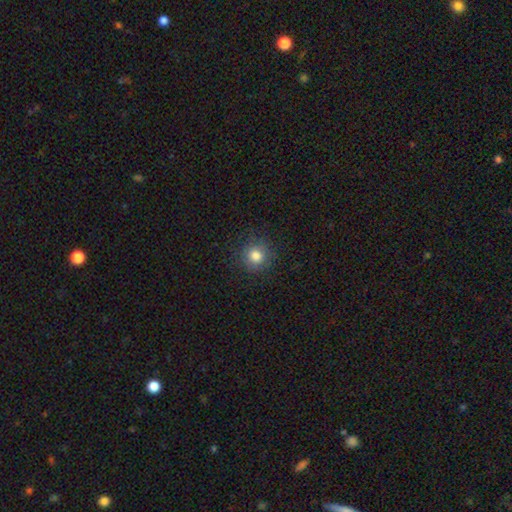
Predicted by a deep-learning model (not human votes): This is clearly a smooth galaxy (82%). How rounded: clearly round (92%). Merging: clearly none (86%).